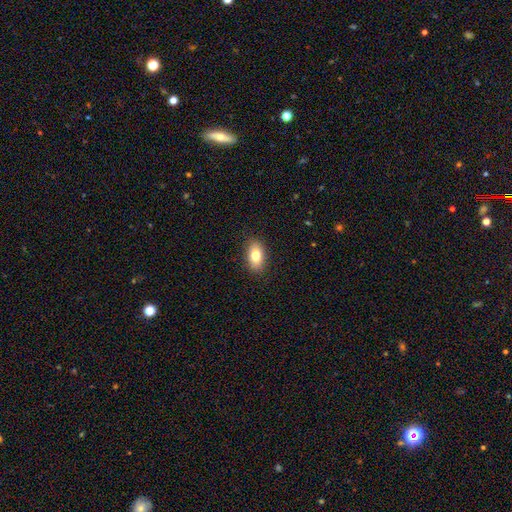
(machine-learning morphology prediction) This appears to be a smooth galaxy with no disk features (80%) that is in between round and cigar-shaped (88%). Merging: none (88%).